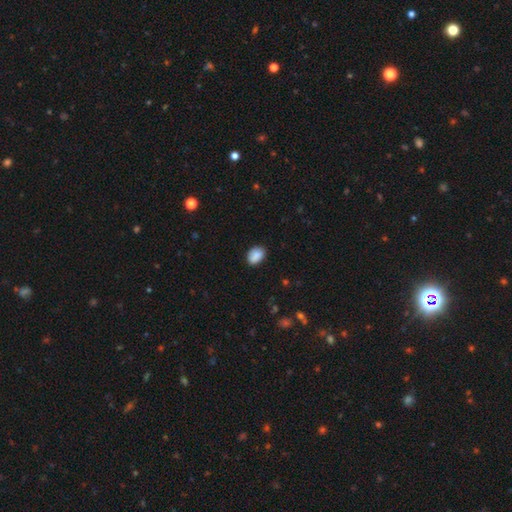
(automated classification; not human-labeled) smooth-or-featured: smooth: 87% | star or artifact: 8% | featured or disk: 5%
  how-rounded: in between: 76% | round: 23% | cigar-shaped: 1%
  merging: none: 80% | minor disturbance: 15% | major disturbance: 3% | merger: 2%